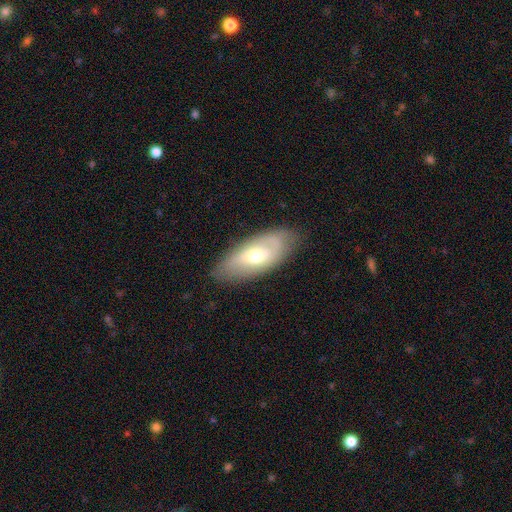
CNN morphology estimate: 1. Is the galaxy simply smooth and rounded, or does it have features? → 51% featured or disk, 43% smooth, 7% star or artifact.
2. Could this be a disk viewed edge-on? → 84% no, 16% yes.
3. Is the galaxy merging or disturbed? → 80% none, 15% minor disturbance, 4% major disturbance, 1% merger.